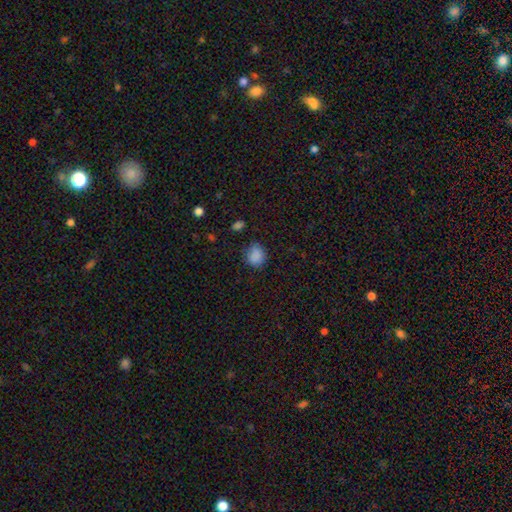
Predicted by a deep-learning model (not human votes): smooth-or-featured: smooth: 85% | star or artifact: 11% | featured or disk: 4%
  how-rounded: round: 59% | in between: 40% | cigar-shaped: 1%
  merging: none: 73% | minor disturbance: 20% | major disturbance: 5% | merger: 2%